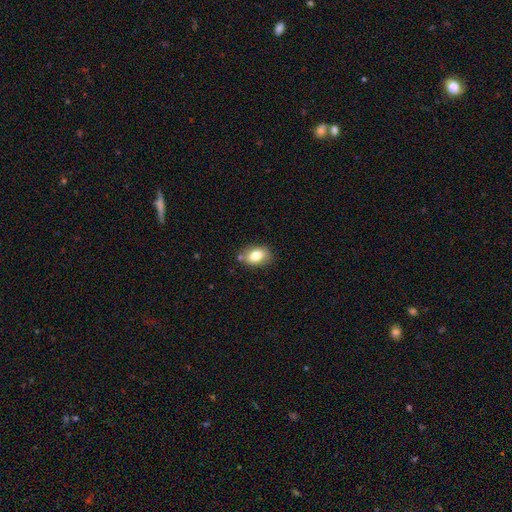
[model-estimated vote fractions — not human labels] Smooth or featured? smooth (79%)
How rounded? in between (81%)
Merging? none (74%)